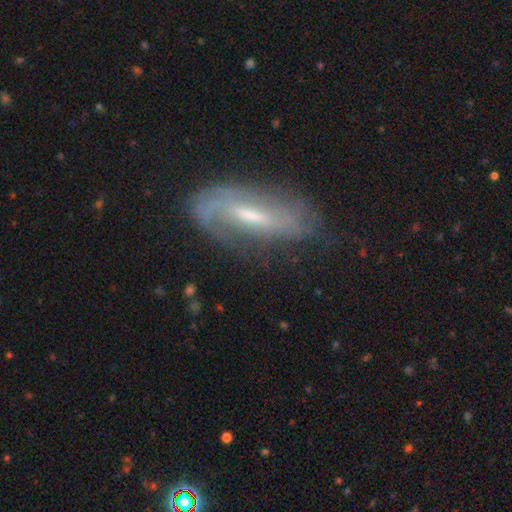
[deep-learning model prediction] smooth-or-featured: featured or disk: 70% | smooth: 22% | star or artifact: 8%
  disk-edge-on: no: 80% | yes: 20%
    bar: weak: 48% | strong: 29% | no: 24%
    has-spiral-arms: yes: 78% | no: 22%
    bulge-size: moderate: 48% | small: 40% | none: 6% | large: 5% | dominant: 1%
  merging: none: 65% | minor disturbance: 22% | major disturbance: 10% | merger: 2%